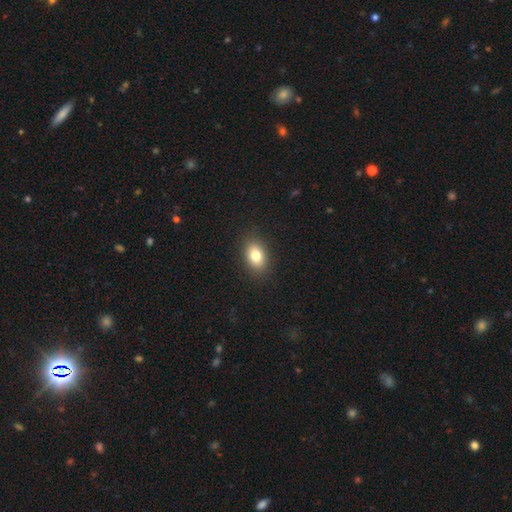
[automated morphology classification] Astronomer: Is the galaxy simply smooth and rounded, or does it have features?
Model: smooth — 80%.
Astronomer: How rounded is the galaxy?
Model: in between — 81%.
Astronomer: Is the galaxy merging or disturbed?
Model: none — 89%.